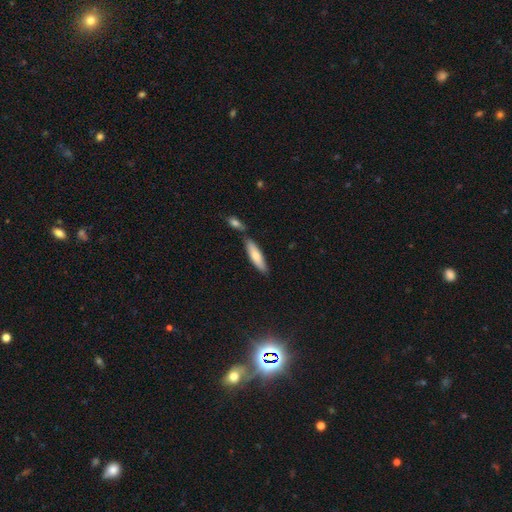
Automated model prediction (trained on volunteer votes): smooth-or-featured: smooth: 70% | featured or disk: 24% | star or artifact: 6%
  how-rounded: cigar-shaped: 68% | in between: 31% | round: 2%
  merging: none: 74% | merger: 12% | minor disturbance: 12% | major disturbance: 2%